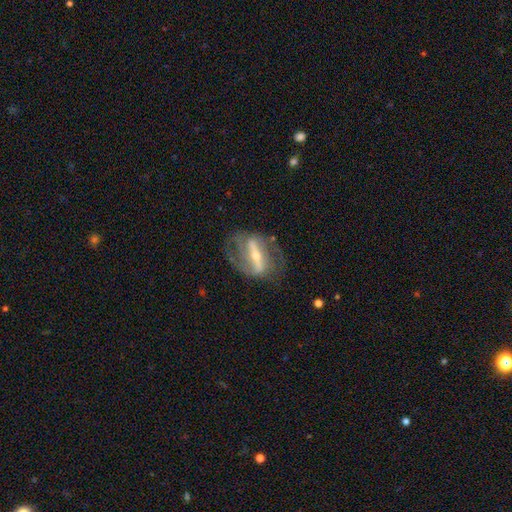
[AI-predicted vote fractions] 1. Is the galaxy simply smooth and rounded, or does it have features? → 84% featured or disk, 10% smooth, 6% star or artifact.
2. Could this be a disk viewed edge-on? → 86% no, 14% yes.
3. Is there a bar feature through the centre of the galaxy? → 77% strong, 16% weak, 7% no.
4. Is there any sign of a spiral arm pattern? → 80% yes, 20% no.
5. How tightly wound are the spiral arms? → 43% medium, 31% loose, 26% tight.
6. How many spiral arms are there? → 80% 2, 12% can't tell, 4% 1, 2% 3, 1% 4, 1% more than 4.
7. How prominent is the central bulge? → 56% small, 38% moderate, 3% large, 2% none, 1% dominant.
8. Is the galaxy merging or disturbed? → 66% none, 18% minor disturbance, 14% major disturbance, 2% merger.